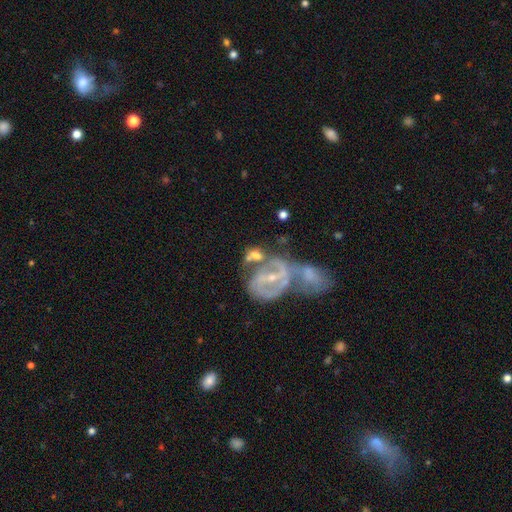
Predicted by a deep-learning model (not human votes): Smooth or featured: featured or disk — 69% (smooth — 23%)
Edge-on disk: no — 96% (yes — 4%)
Bar: strong — 39% (weak — 35%)
Spiral arms: yes — 68% (no — 32%)
Bulge size: small — 55% (moderate — 37%)
Merging: merger — 49% (none — 26%)